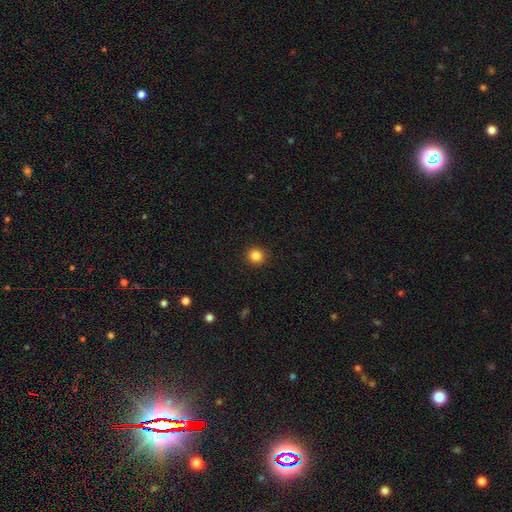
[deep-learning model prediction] A smooth galaxy with no disk features (85%) that is round (91%).

Vote fractions:
- Smooth or featured? smooth: 85% / star or artifact: 11% / featured or disk: 4%
- How rounded? round: 91% / in between: 8% / cigar-shaped: 1%
- Merging? none: 92% / minor disturbance: 5% / major disturbance: 2% / merger: 1%